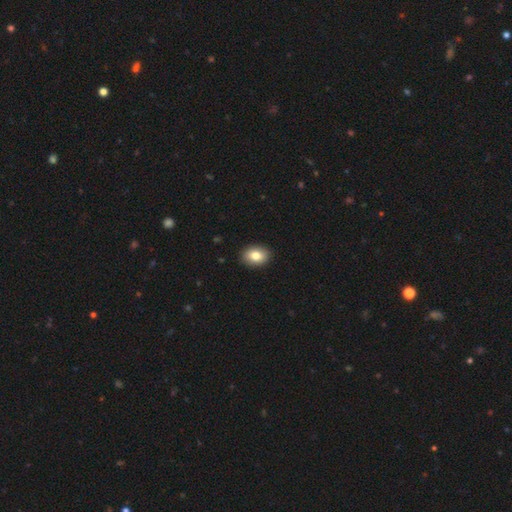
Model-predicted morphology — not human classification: Smooth or featured? Predicted: smooth (p=0.82). How rounded? Predicted: in between (p=0.76). Merging? Predicted: none (p=0.91).